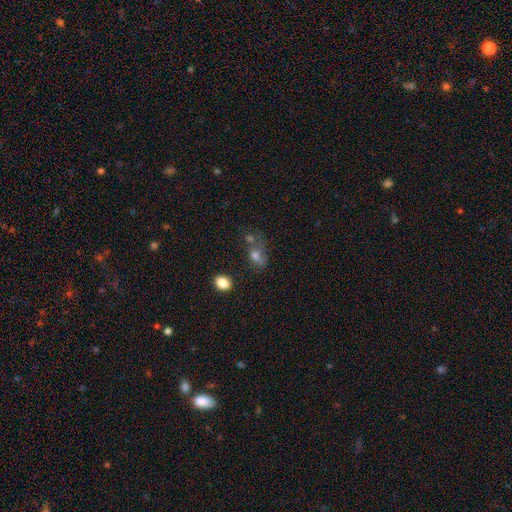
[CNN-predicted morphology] Q: Smooth or featured?
A: smooth (65%); runner-up: featured or disk (20%)
Q: How rounded?
A: in between (66%); runner-up: round (30%)
Q: Merging?
A: none (30%); runner-up: merger (28%)